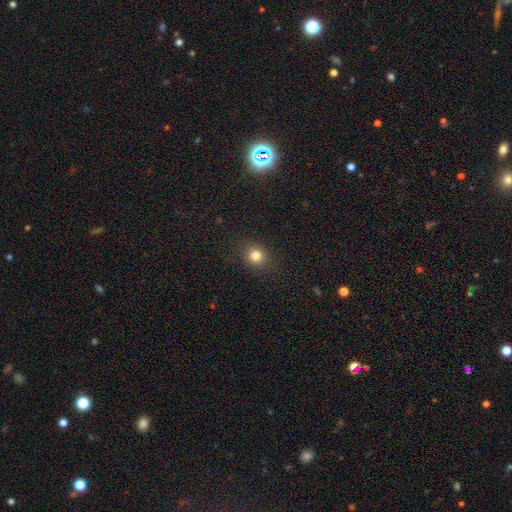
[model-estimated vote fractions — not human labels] Smooth or featured? Predicted: smooth (p=0.82). How rounded? Predicted: round (p=0.80). Merging? Predicted: none (p=0.89).